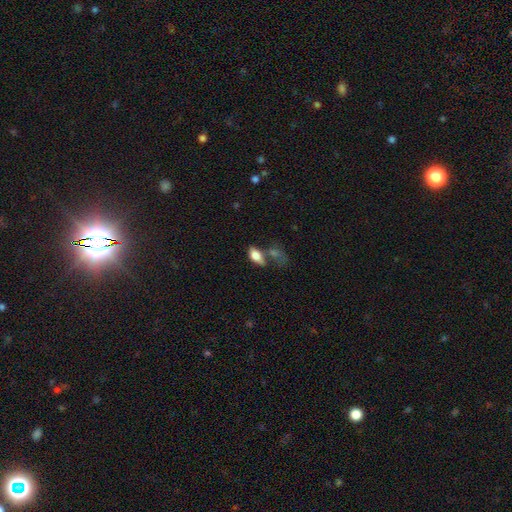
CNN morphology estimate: Smooth or featured: smooth — 74% (featured or disk — 18%)
How rounded: in between — 87% (cigar-shaped — 8%)
Merging: none — 40% (merger — 28%)